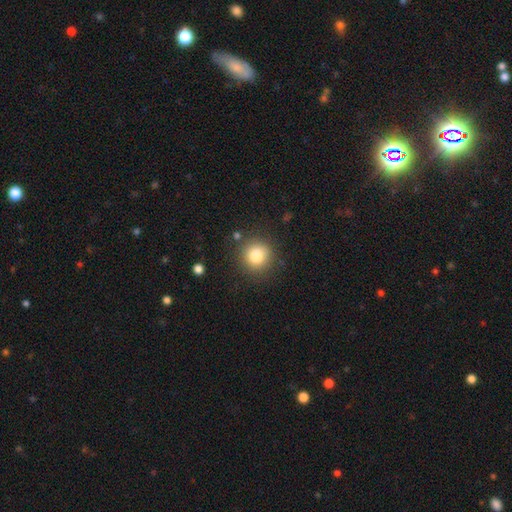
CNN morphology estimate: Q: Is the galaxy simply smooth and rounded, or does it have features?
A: smooth — 81%.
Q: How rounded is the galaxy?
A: round — 93%.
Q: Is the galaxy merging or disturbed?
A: none — 86%.